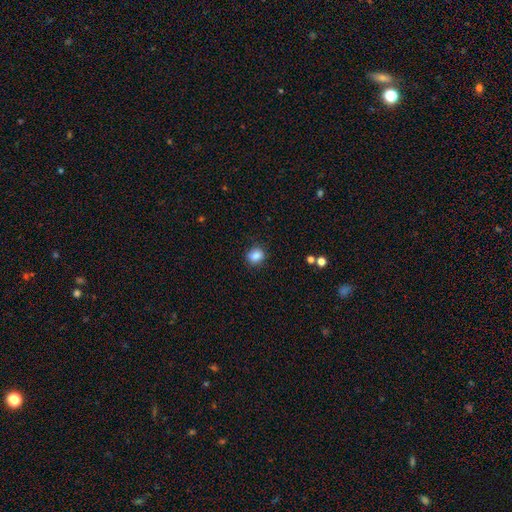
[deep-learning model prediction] Overall: smooth (86%). How rounded: round (62%; in between 37%). Merging: none (86%).